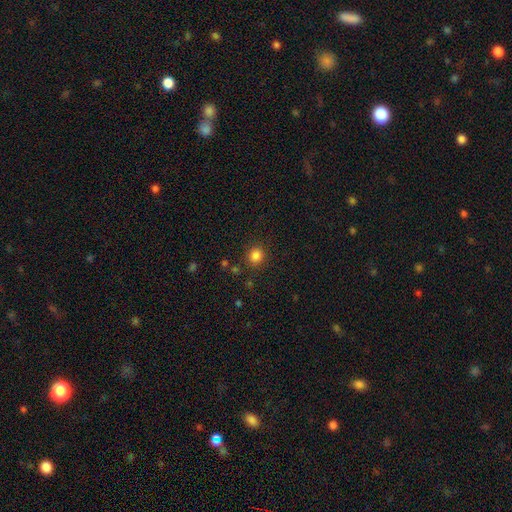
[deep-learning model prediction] Morphology: type=smooth (84%); roundness=round (84%); merging=none (87%).